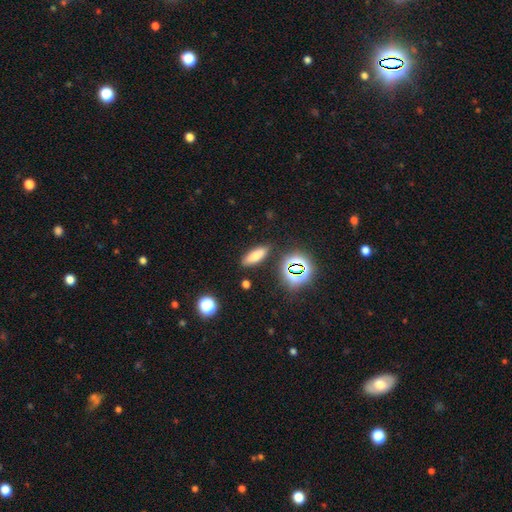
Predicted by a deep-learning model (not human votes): A smooth galaxy with no disk features (66%) that is in between round and cigar-shaped (60%). Merging: none (85%).